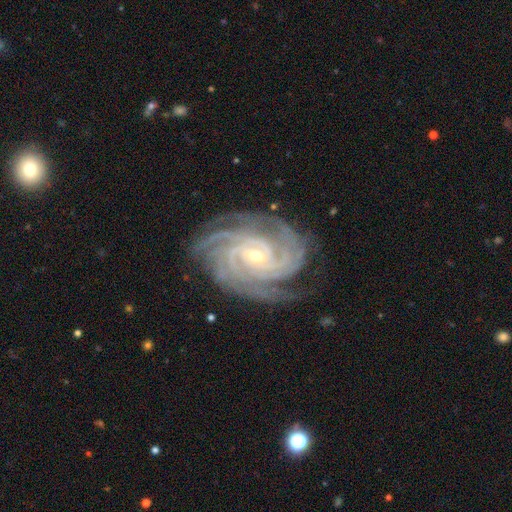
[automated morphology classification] This appears to be a featured or disk galaxy (93%) with no bar (44%), 4 (35%) tight (81%) spiral arms (99%) and a small central bulge (67%). Merging: none (80%).